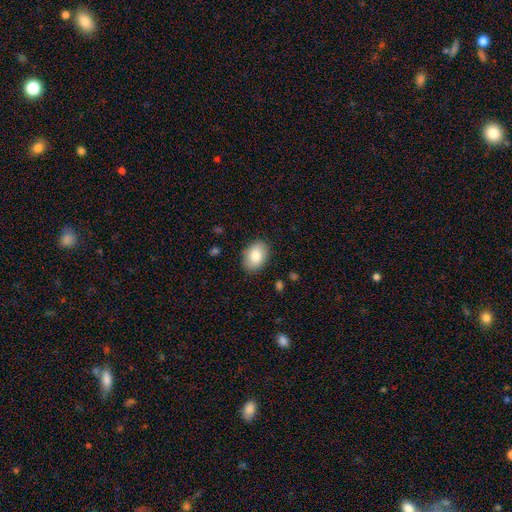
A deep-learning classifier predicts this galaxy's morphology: Smooth or featured?
  - smooth: 83% *
  - featured or disk: 10%
  - star or artifact: 7%
How rounded?
  - in between: 83% *
  - round: 16%
  - cigar-shaped: 1%
Merging?
  - none: 88% *
  - minor disturbance: 9%
  - major disturbance: 2%
  - merger: 1%